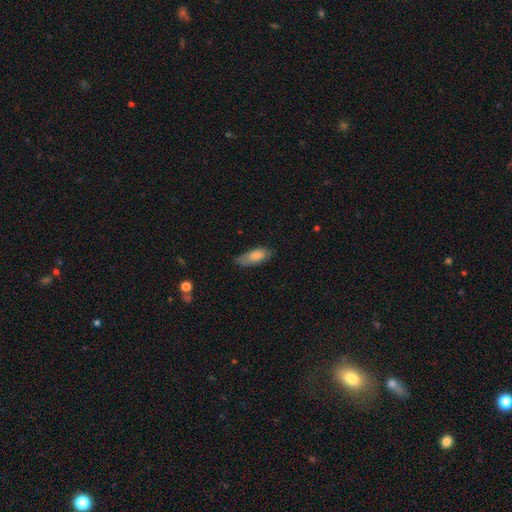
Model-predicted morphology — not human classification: This appears to be a smooth galaxy with no disk features (80%) that is in between round and cigar-shaped (78%). Merging: none (56%).